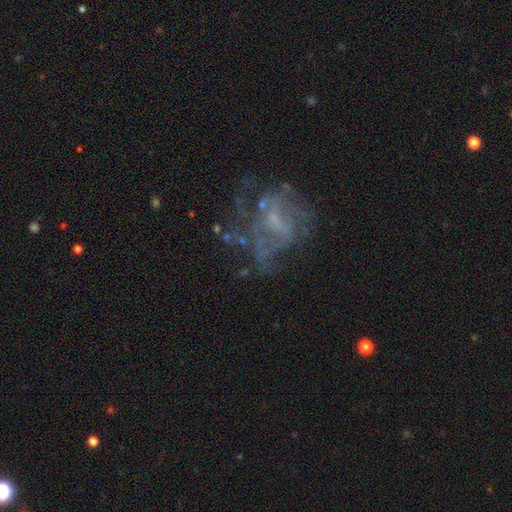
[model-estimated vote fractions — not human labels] smooth_or_featured: featured or disk (p=0.57) [alt: star or artifact p=0.30]
disk_edge_on: no (p=0.96) [alt: yes p=0.04]
bar: no (p=0.56) [alt: weak p=0.34]
has_spiral_arms: yes (p=0.63) [alt: no p=0.37]
bulge_size: small (p=0.50) [alt: none p=0.29]
merging: none (p=0.56) [alt: major disturbance p=0.25]